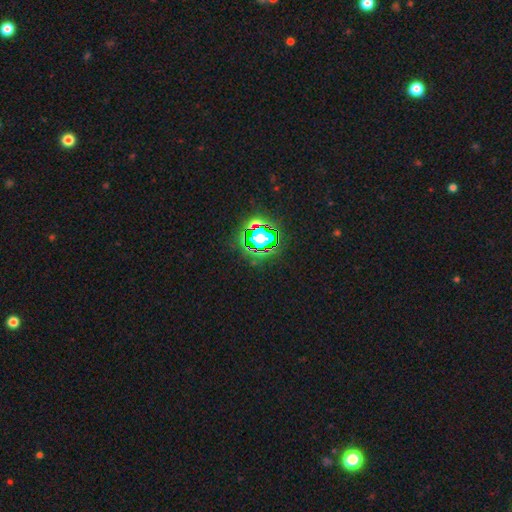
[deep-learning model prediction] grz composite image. It shows a star or artifact, not a galaxy (79%).